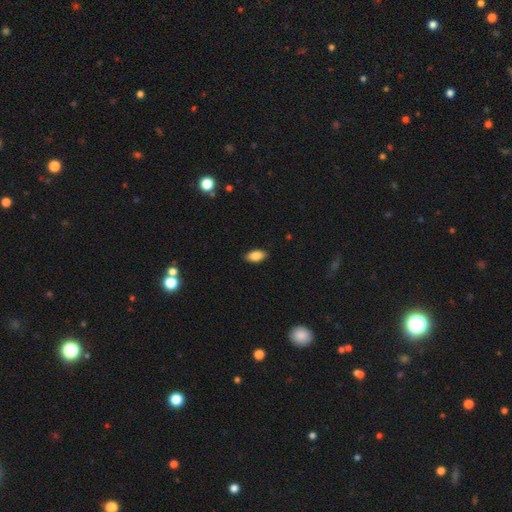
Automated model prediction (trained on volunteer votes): Smooth or featured? smooth (86%)
How rounded? in between (92%)
Merging? none (87%)